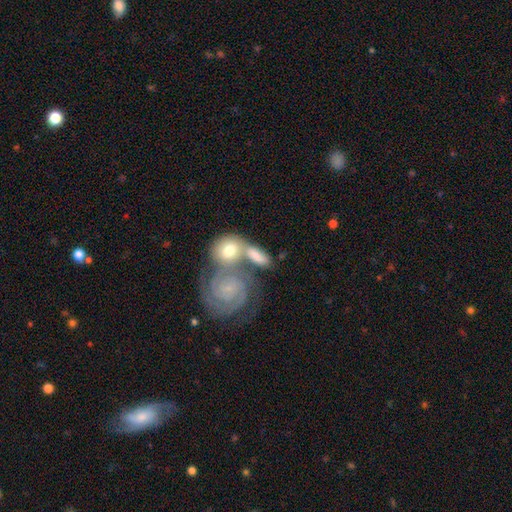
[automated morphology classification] featured or disk 52%, smooth 41%, star or artifact 8%. Down the decision tree: edge-on disk — no (94%); merging — merger (41%).